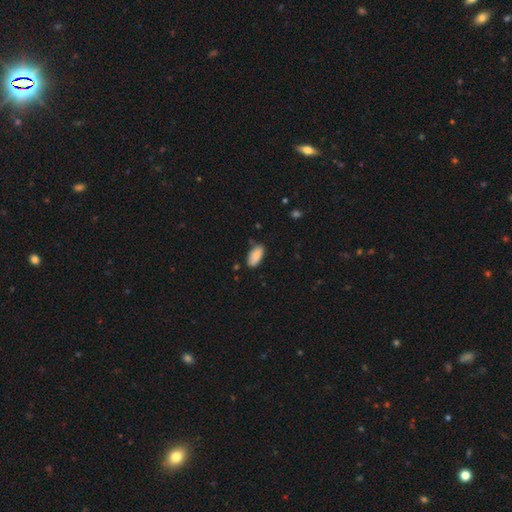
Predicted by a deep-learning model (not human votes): Smooth or featured?
  - smooth: 88% *
  - star or artifact: 7%
  - featured or disk: 5%
How rounded?
  - in between: 90% *
  - cigar-shaped: 8%
  - round: 2%
Merging?
  - none: 79% *
  - minor disturbance: 16%
  - major disturbance: 3%
  - merger: 2%